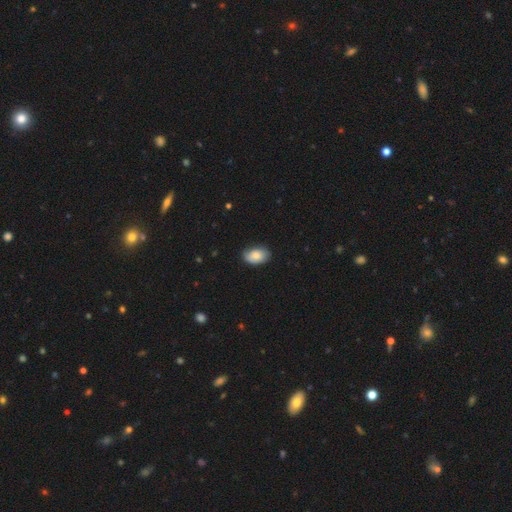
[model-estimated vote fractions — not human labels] This is likely a smooth galaxy (77%). How rounded: clearly in between (87%). Merging: likely none (77%).